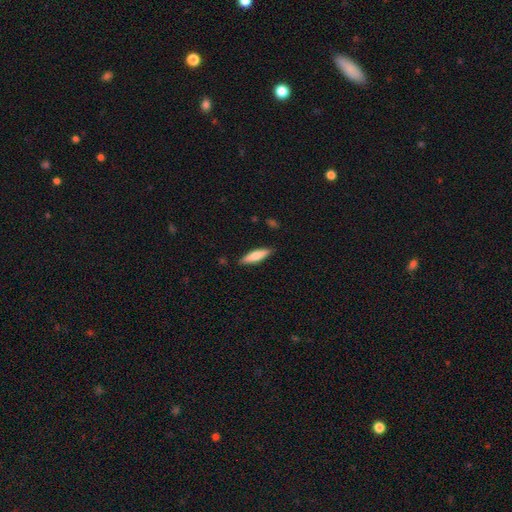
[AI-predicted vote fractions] A smooth galaxy with no disk features (73%) that is cigar-shaped (60%). Merging: none (86%).